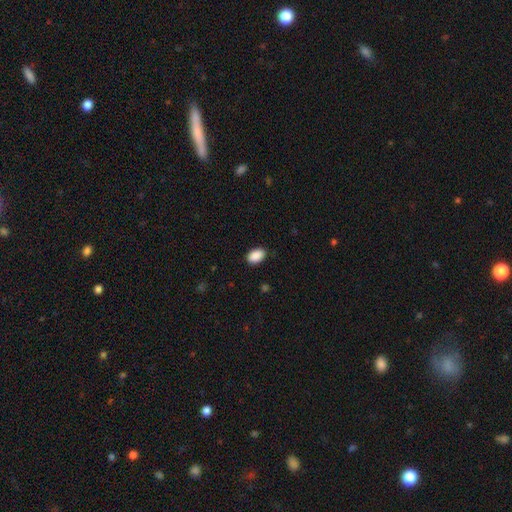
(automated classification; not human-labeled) Smooth or featured?
  - smooth: 90% *
  - star or artifact: 7%
  - featured or disk: 3%
How rounded?
  - in between: 91% *
  - round: 7%
  - cigar-shaped: 1%
Merging?
  - none: 87% *
  - minor disturbance: 10%
  - major disturbance: 2%
  - merger: 1%